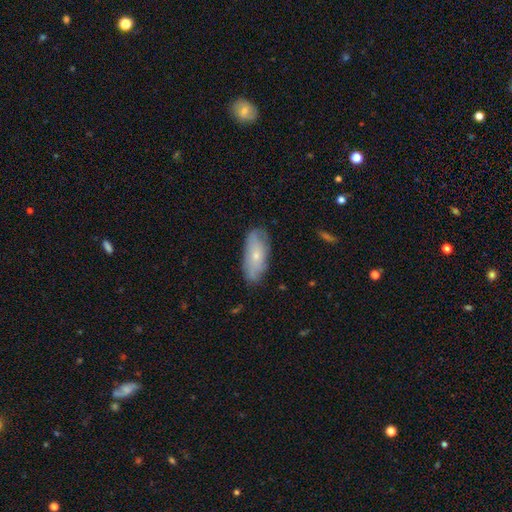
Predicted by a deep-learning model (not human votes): Smooth or featured? smooth (52%)
How rounded? in between (83%)
Merging? none (74%)